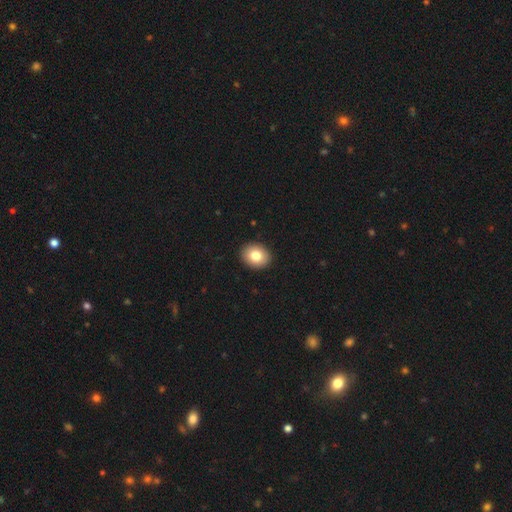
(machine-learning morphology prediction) smooth 80%, featured or disk 11%, star or artifact 9%. Down the decision tree: how rounded — round (54%); merging — none (92%).